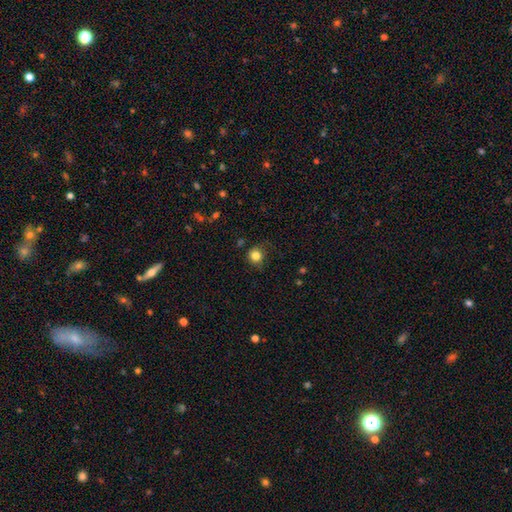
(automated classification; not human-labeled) Smooth or featured? Predicted: smooth (p=0.82). How rounded? Predicted: round (p=0.88). Merging? Predicted: none (p=0.76).